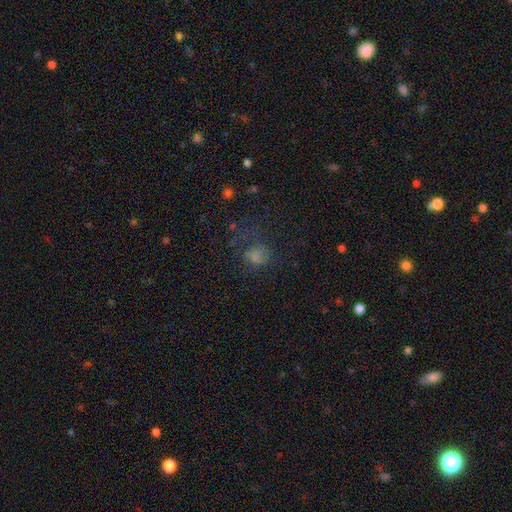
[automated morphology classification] smooth_or_featured: smooth (p=0.54) [alt: star or artifact p=0.28]
how_rounded: round (p=0.70) [alt: in between p=0.28]
merging: none (p=0.52) [alt: major disturbance p=0.27]